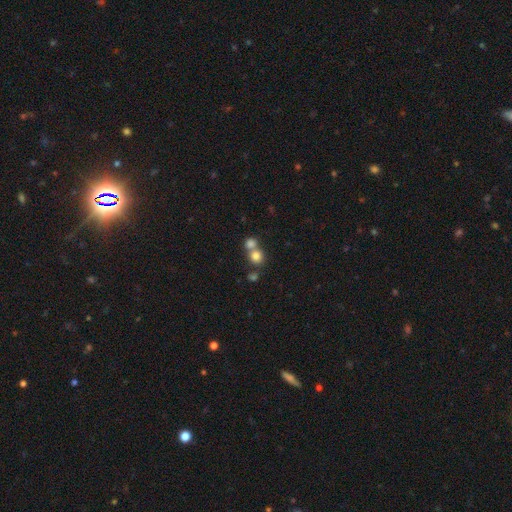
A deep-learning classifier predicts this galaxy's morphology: Smooth or featured? Predicted: smooth (p=0.79). How rounded? Predicted: round (p=0.86). Merging? Predicted: none (p=0.46).